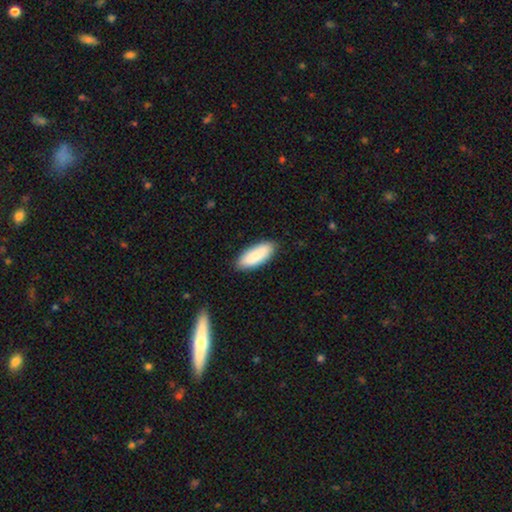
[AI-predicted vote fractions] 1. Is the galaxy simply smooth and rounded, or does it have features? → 87% smooth, 8% featured or disk, 6% star or artifact.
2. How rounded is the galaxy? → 79% in between, 19% cigar-shaped, 2% round.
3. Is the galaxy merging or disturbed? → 85% none, 12% minor disturbance, 2% major disturbance, 1% merger.